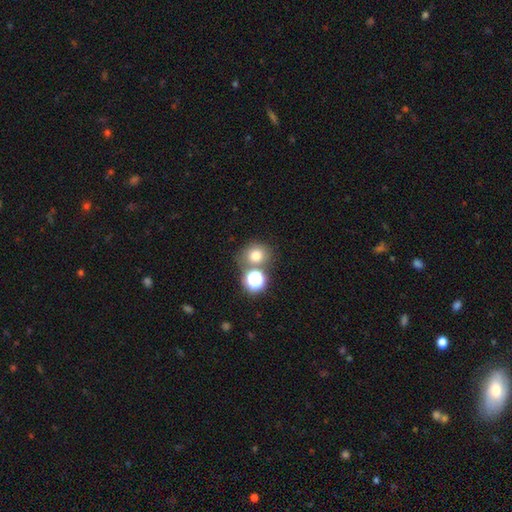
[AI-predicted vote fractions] Q: Smooth or featured?
A: smooth (73%); runner-up: star or artifact (18%)
Q: How rounded?
A: round (79%); runner-up: in between (20%)
Q: Merging?
A: none (63%); runner-up: merger (22%)